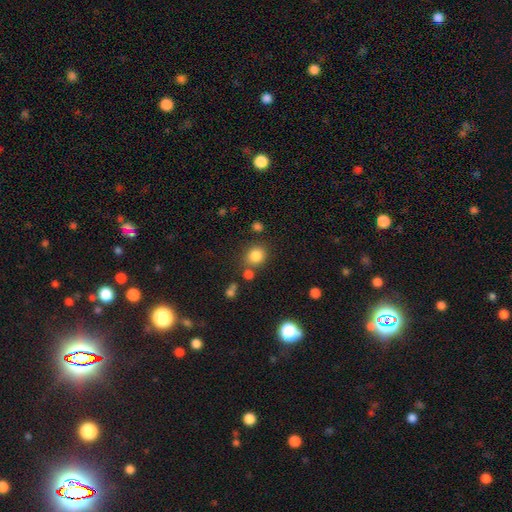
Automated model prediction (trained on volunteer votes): Smooth or featured? smooth (83%)
How rounded? round (78%)
Merging? none (74%)